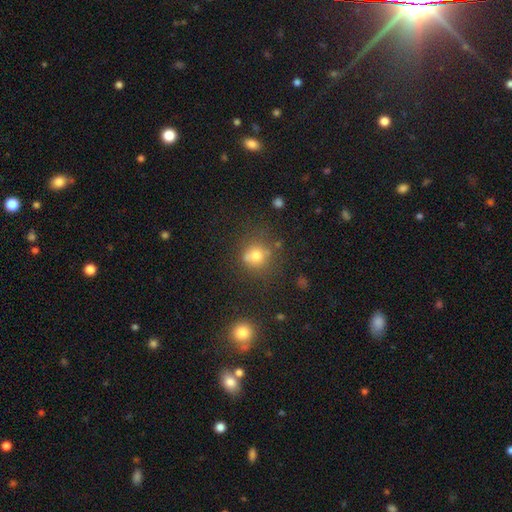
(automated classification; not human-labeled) Smooth or featured? smooth (73%)
How rounded? round (85%)
Merging? none (65%)